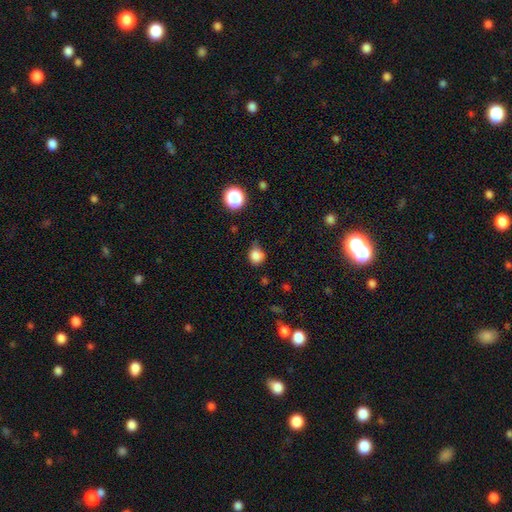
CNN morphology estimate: This is clearly a smooth galaxy (83%). How rounded: likely round (78%). Merging: possibly none (57%).